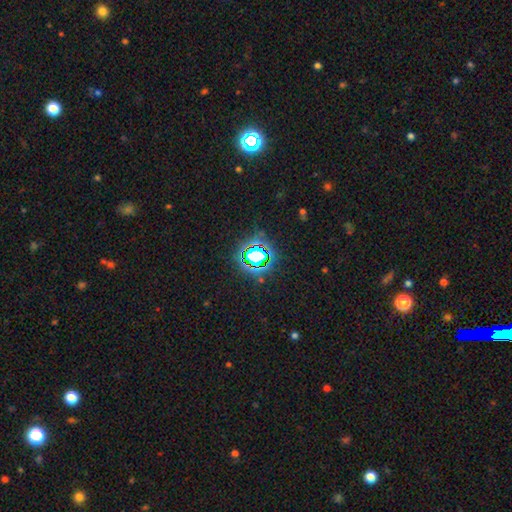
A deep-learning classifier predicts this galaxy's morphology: A star or artifact, not a galaxy (72%).

Vote fractions:
- Smooth or featured? star or artifact: 72% / smooth: 17% / featured or disk: 10%